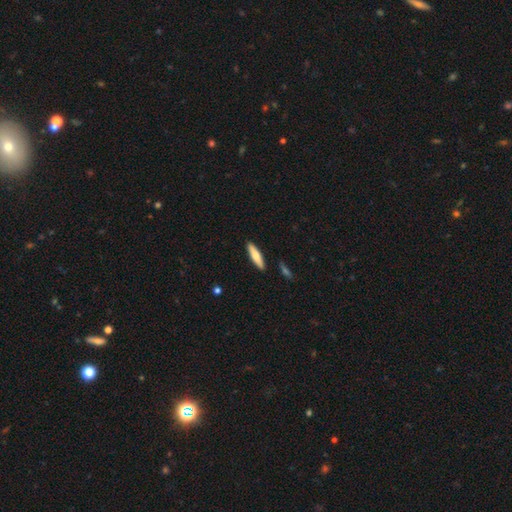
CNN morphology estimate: Q: Smooth or featured?
A: smooth (67%); runner-up: featured or disk (27%)
Q: How rounded?
A: cigar-shaped (74%); runner-up: in between (24%)
Q: Merging?
A: none (89%); runner-up: minor disturbance (7%)